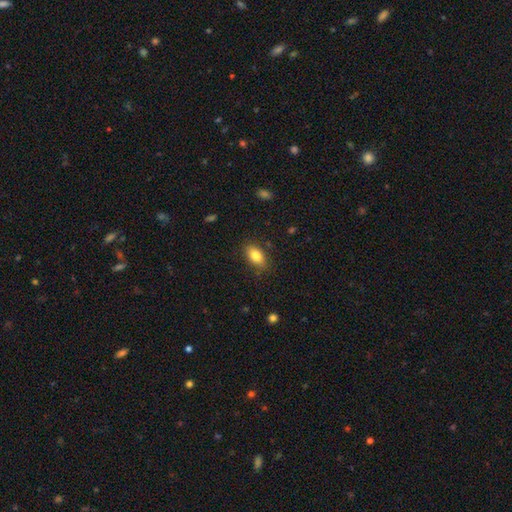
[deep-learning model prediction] Smooth or featured?
  - smooth: 82% *
  - featured or disk: 10%
  - star or artifact: 8%
How rounded?
  - in between: 88% *
  - round: 8%
  - cigar-shaped: 4%
Merging?
  - none: 83% *
  - minor disturbance: 13%
  - major disturbance: 3%
  - merger: 1%